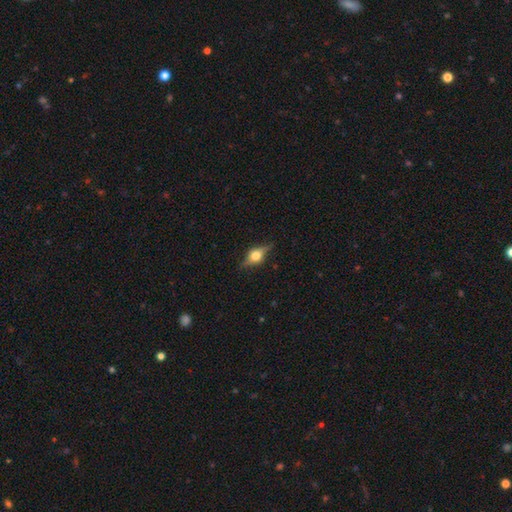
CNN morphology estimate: Smooth or featured?
  - featured or disk: 67% *
  - smooth: 24%
  - star or artifact: 9%
Edge-on disk?
  - yes: 94% *
  - no: 6%
Edge-on bulge?
  - rounded: 94% *
  - boxy: 4%
  - none: 1%
Merging?
  - none: 83% *
  - minor disturbance: 12%
  - major disturbance: 3%
  - merger: 1%